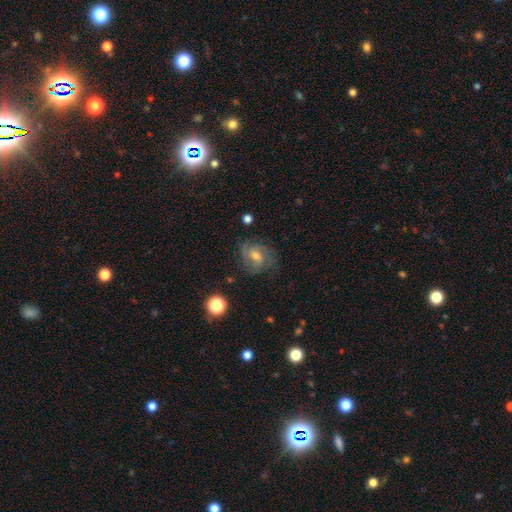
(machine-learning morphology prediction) Overall: featured or disk (72%). Edge-on disk: no (97%). Bar: weak (46%; no 45%). Spiral arms: yes (94%). Spiral arm count: 3 (28%, tied with 2). Spiral winding: tight (45%; medium 43%). Bulge size: moderate (61%; small 29%). Merging: none (74%).